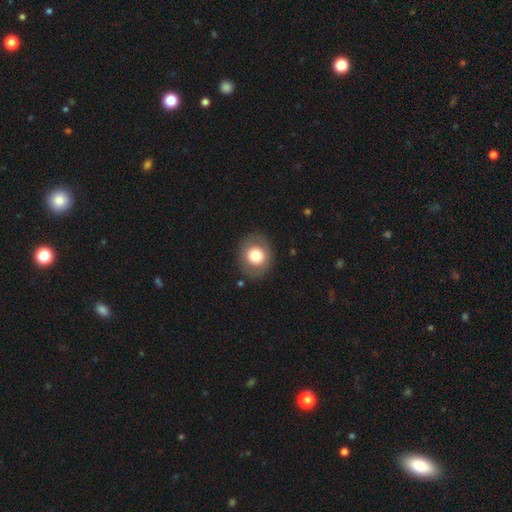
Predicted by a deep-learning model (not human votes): Smooth or featured: smooth — 75% (featured or disk — 16%)
How rounded: round — 79% (in between — 20%)
Merging: none — 86% (minor disturbance — 9%)